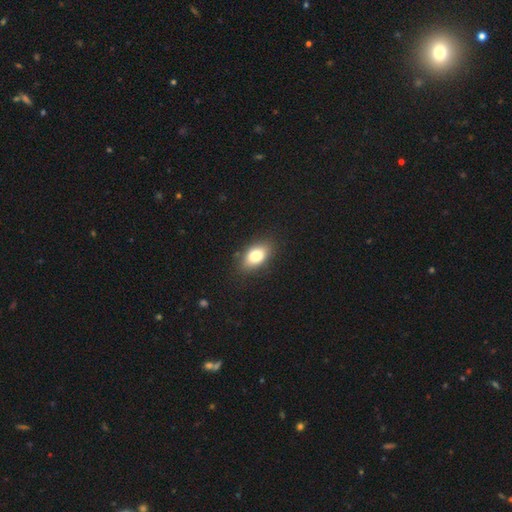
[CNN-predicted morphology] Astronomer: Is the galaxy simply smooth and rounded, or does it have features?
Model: smooth — 79%.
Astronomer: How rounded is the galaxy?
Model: in between — 88%.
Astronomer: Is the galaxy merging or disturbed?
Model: none — 85%.